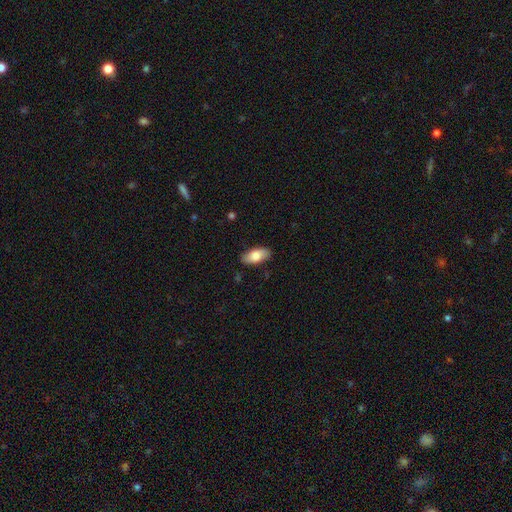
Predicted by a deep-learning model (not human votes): Smooth or featured?
  - smooth: 81% *
  - featured or disk: 13%
  - star or artifact: 6%
How rounded?
  - in between: 91% *
  - cigar-shaped: 6%
  - round: 2%
Merging?
  - none: 86% *
  - minor disturbance: 10%
  - major disturbance: 2%
  - merger: 1%